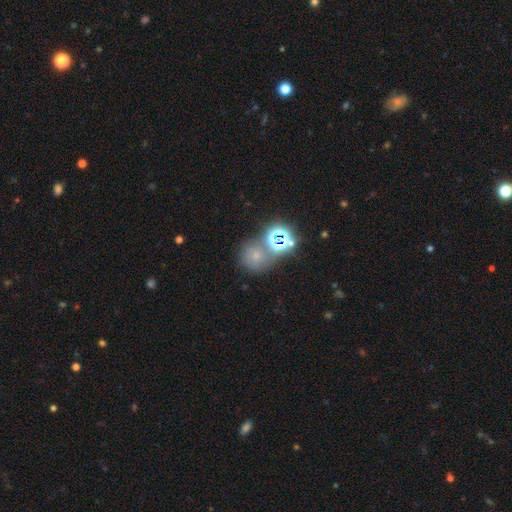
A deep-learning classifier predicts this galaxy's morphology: A smooth galaxy with no disk features (53%) that is round (84%). Merging: none (55%).